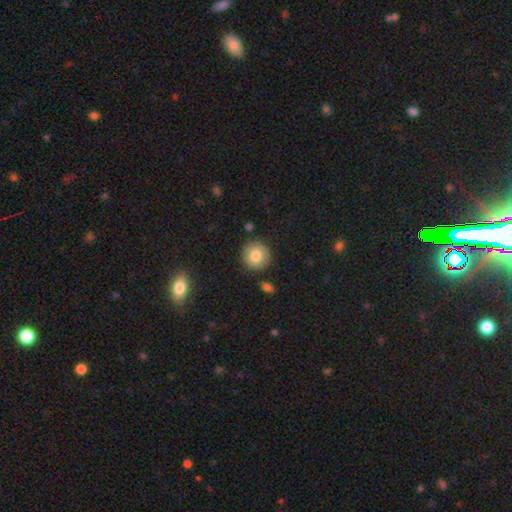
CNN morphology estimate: smooth_or_featured: smooth (p=0.79) [alt: featured or disk p=0.13]
how_rounded: round (p=0.92) [alt: in between p=0.07]
merging: none (p=0.87) [alt: minor disturbance p=0.08]